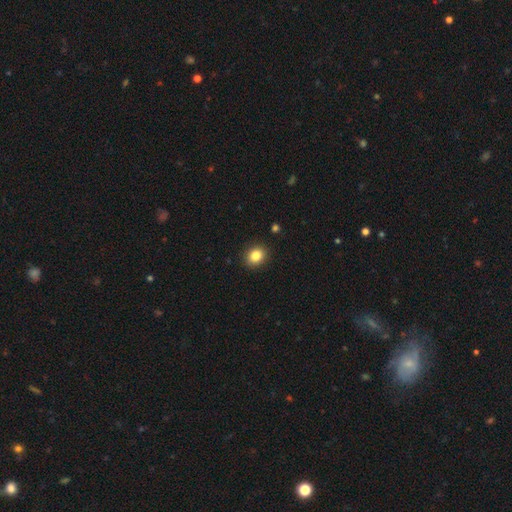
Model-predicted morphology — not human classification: Q: Smooth or featured?
A: smooth (85%); runner-up: star or artifact (10%)
Q: How rounded?
A: round (55%); runner-up: in between (44%)
Q: Merging?
A: none (90%); runner-up: minor disturbance (7%)